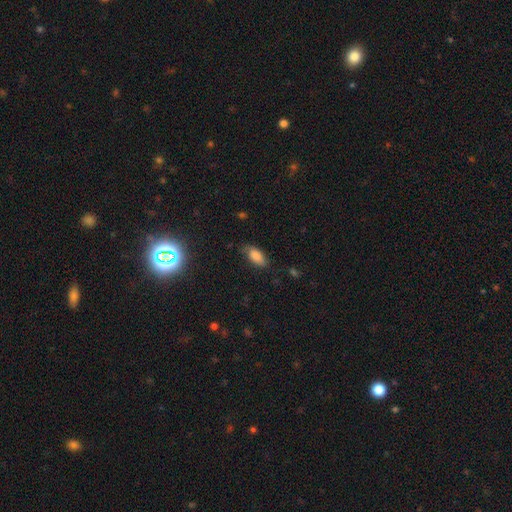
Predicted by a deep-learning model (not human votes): A smooth galaxy with no disk features (80%) that is in between round and cigar-shaped (88%).

Vote fractions:
- Smooth or featured? smooth: 80% / featured or disk: 11% / star or artifact: 9%
- How rounded? in between: 88% / cigar-shaped: 9% / round: 3%
- Merging? none: 66% / minor disturbance: 26% / major disturbance: 6% / merger: 2%